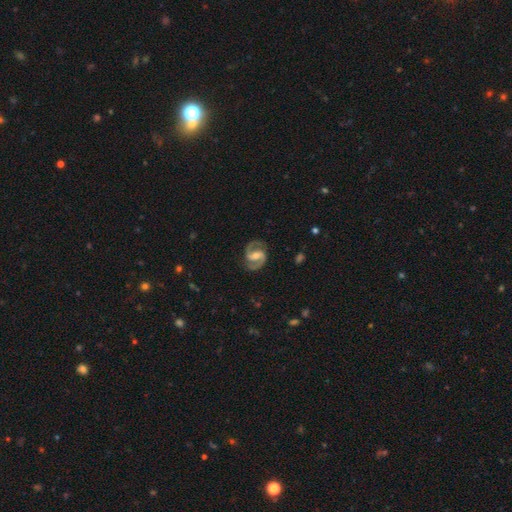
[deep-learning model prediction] Q: Smooth or featured?
A: featured or disk (92%); runner-up: smooth (4%)
Q: Edge-on disk?
A: no (98%); runner-up: yes (2%)
Q: Bar?
A: weak (44%); runner-up: strong (38%)
Q: Spiral arms?
A: yes (98%); runner-up: no (2%)
Q: Spiral winding?
A: medium (64%); runner-up: tight (21%)
Q: Spiral arm count?
A: 2 (94%); runner-up: can't tell (1%)
Q: Bulge size?
A: moderate (54%); runner-up: small (38%)
Q: Merging?
A: none (85%); runner-up: minor disturbance (10%)